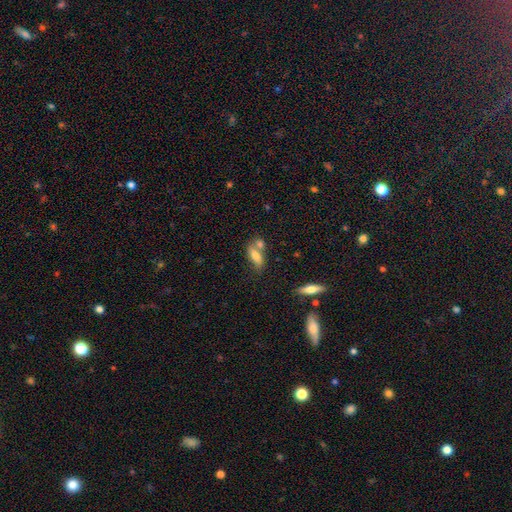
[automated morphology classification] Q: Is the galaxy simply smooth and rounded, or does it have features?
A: smooth — 69%.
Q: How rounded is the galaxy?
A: in between — 72%.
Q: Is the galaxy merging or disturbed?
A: none — 41%.